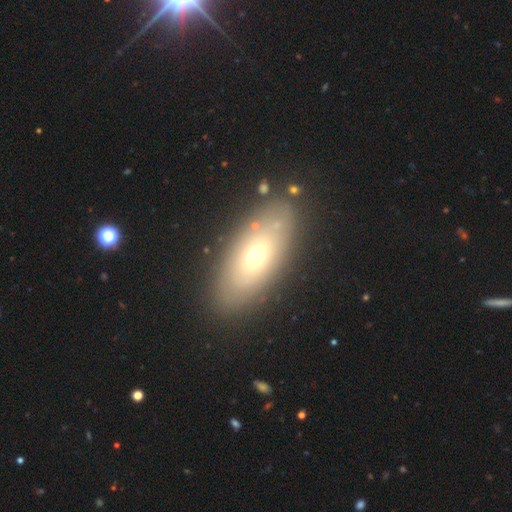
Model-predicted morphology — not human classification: smooth 52%, featured or disk 39%, star or artifact 9%. Down the decision tree: how rounded — in between (81%); merging — none (84%).